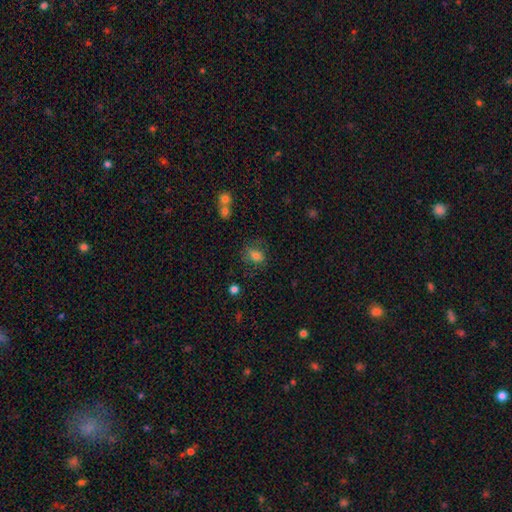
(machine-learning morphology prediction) smooth_or_featured: smooth (p=0.77) [alt: star or artifact p=0.12]
how_rounded: in between (p=0.57) [alt: round p=0.42]
merging: none (p=0.69) [alt: minor disturbance p=0.19]